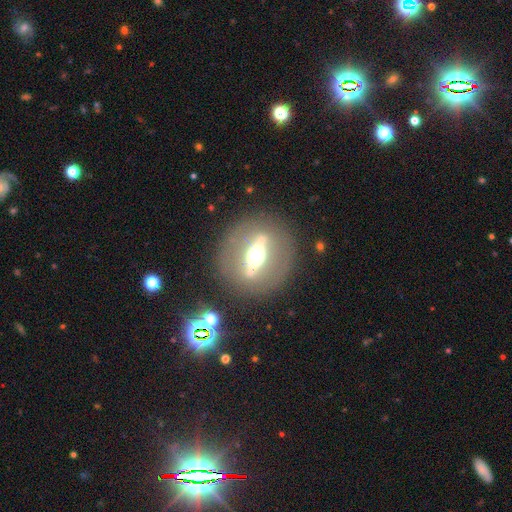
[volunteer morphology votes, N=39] Smooth or featured? 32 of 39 (82%) said featured or disk. Edge-on disk? 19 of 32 (59%) said yes. Edge-on bulge? 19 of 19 (100%) said rounded. Merging? 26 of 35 (74%) said none.